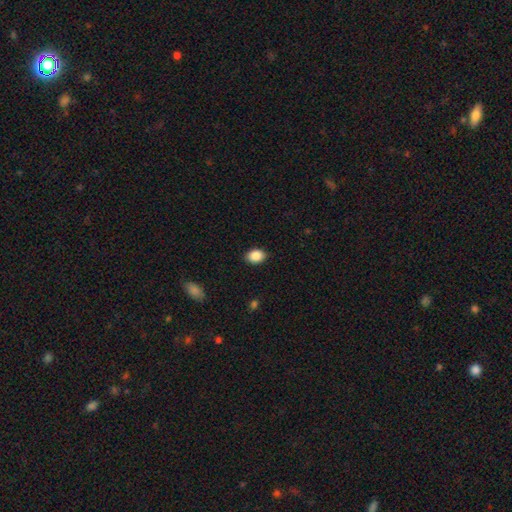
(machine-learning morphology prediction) type=smooth (88%); roundness=in between (74%); merging=none (87%).